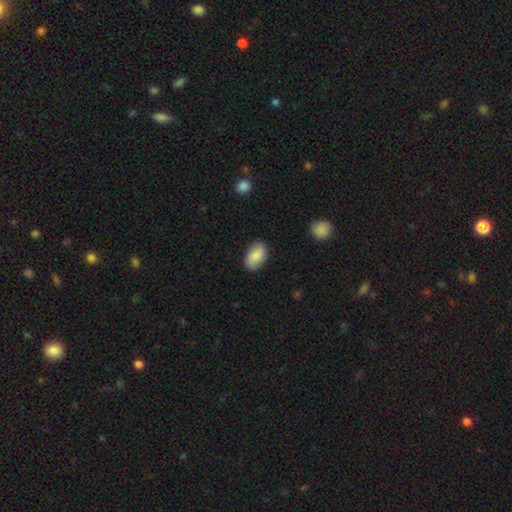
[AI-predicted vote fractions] smooth_or_featured: smooth (p=0.84) [alt: featured or disk p=0.10]
how_rounded: in between (p=0.92) [alt: round p=0.06]
merging: none (p=0.84) [alt: minor disturbance p=0.12]